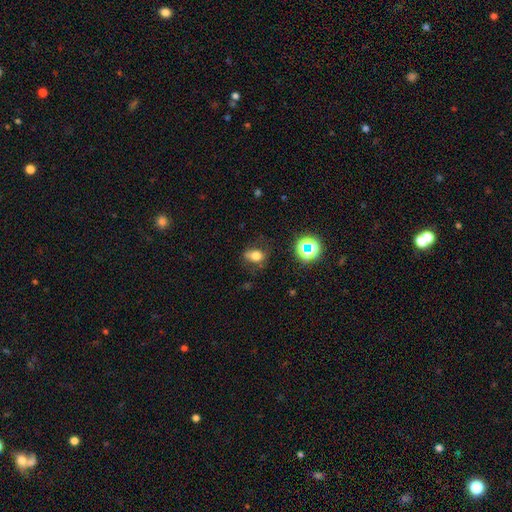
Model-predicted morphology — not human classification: smooth 68%, star or artifact 17%, featured or disk 15%. Down the decision tree: how rounded — in between (69%); merging — none (62%).